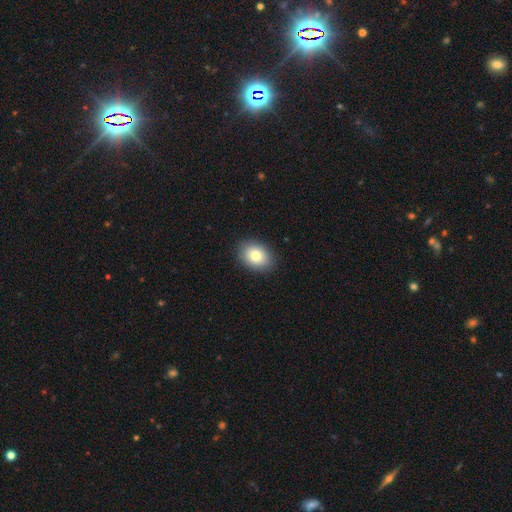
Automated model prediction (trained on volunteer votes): The model was most divided on "how rounded": in between: 73%, round: 26%, cigar-shaped: 1%. More confident: merging — none (89%); smooth or featured — smooth (81%).